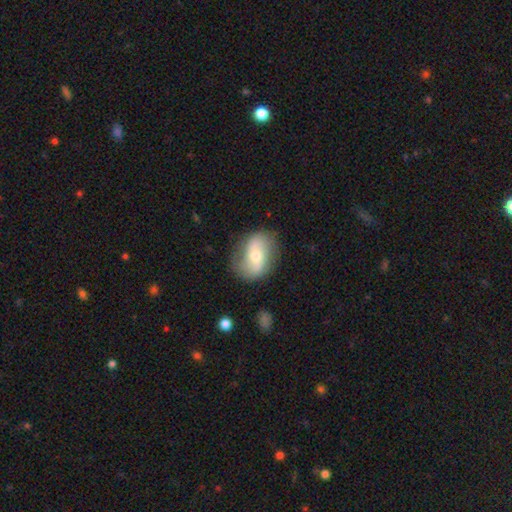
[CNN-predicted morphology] Q: Smooth or featured?
A: featured or disk (61%); runner-up: smooth (32%)
Q: Edge-on disk?
A: no (95%); runner-up: yes (5%)
Q: Bar?
A: no (43%); runner-up: weak (36%)
Q: Spiral arms?
A: yes (82%); runner-up: no (18%)
Q: Bulge size?
A: moderate (58%); runner-up: small (36%)
Q: Merging?
A: none (77%); runner-up: minor disturbance (17%)